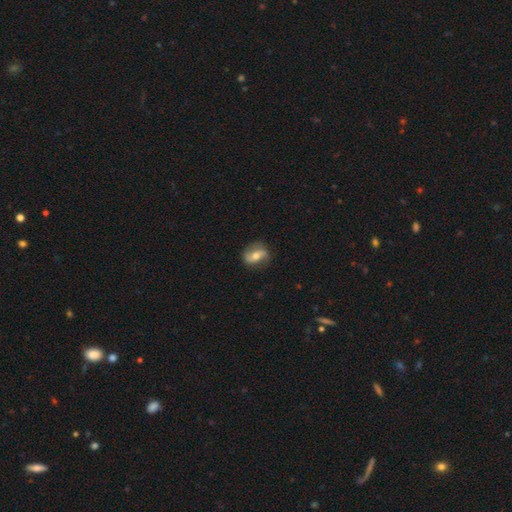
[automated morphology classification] Q: Smooth or featured?
A: featured or disk (57%); runner-up: smooth (36%)
Q: Edge-on disk?
A: no (92%); runner-up: yes (8%)
Q: Bar?
A: no (35%); runner-up: strong (33%)
Q: Spiral arms?
A: yes (77%); runner-up: no (23%)
Q: Bulge size?
A: moderate (67%); runner-up: small (25%)
Q: Merging?
A: none (77%); runner-up: minor disturbance (16%)